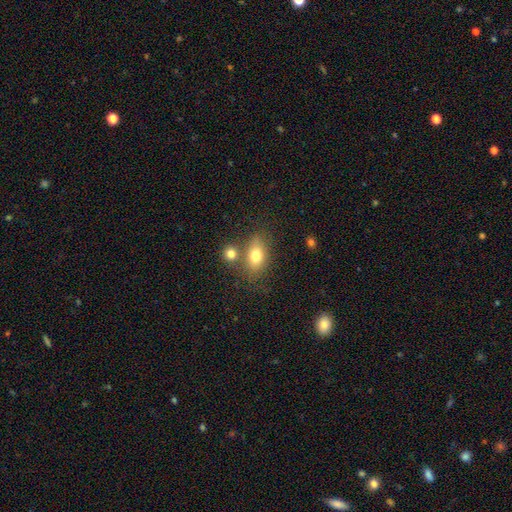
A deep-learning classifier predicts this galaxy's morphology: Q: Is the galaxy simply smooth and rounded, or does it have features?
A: smooth — 76%.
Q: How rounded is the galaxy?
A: in between — 79%.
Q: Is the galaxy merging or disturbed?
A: none — 58%.